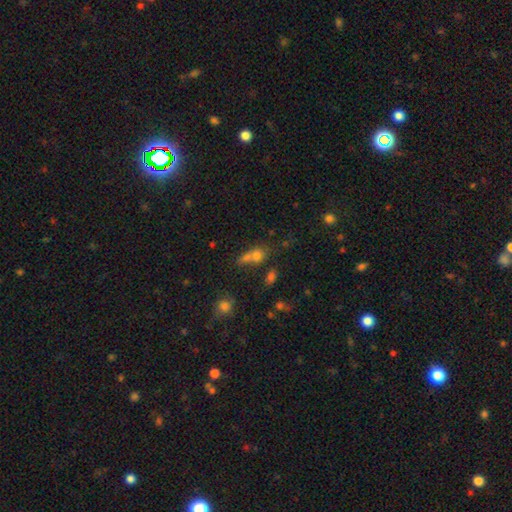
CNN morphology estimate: smooth 66%, star or artifact 20%, featured or disk 14%. Down the decision tree: how rounded — in between (47%, tied with round); merging — merger (46%).